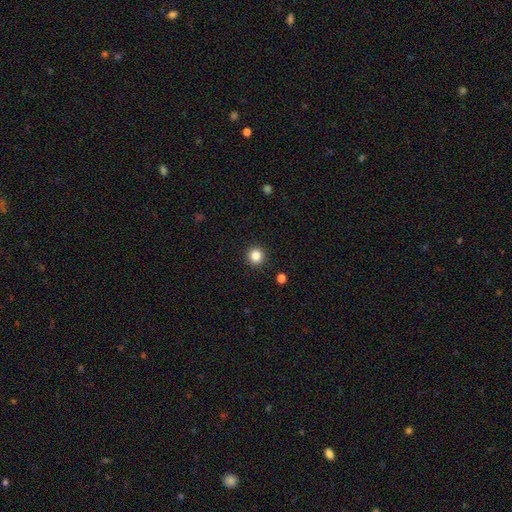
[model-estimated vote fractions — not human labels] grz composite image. It shows a smooth galaxy with no disk features (85%) that is round (94%). Merging: none (92%).